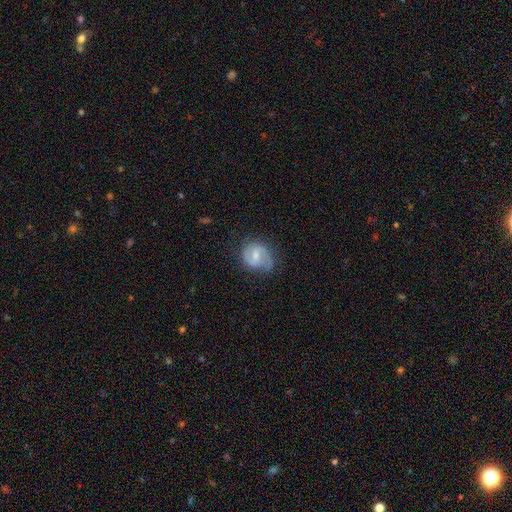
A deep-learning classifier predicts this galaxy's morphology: Smooth or featured? Predicted: featured or disk (p=0.68). Edge-on disk? Predicted: no (p=0.98). Bar? Predicted: weak (p=0.58). Spiral arms? Predicted: yes (p=0.90). Spiral winding? Predicted: medium (p=0.48). Spiral arm count? Predicted: 2 (p=0.77). Bulge size? Predicted: moderate (p=0.46). Merging? Predicted: none (p=0.62).